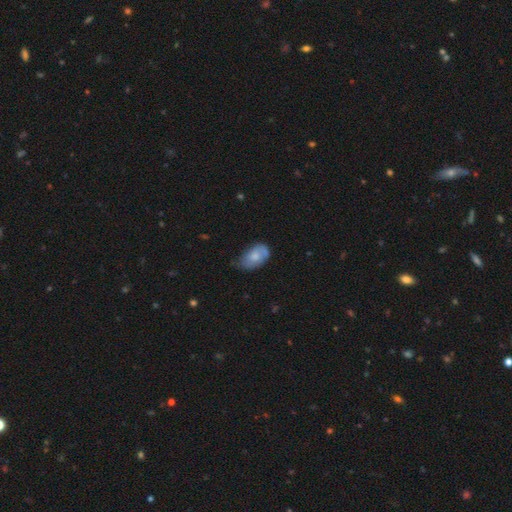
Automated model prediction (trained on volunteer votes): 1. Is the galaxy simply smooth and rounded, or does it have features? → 66% smooth, 27% featured or disk, 7% star or artifact.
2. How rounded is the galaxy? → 90% in between, 8% round, 2% cigar-shaped.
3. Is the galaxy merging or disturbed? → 47% none, 41% minor disturbance, 11% major disturbance, 2% merger.